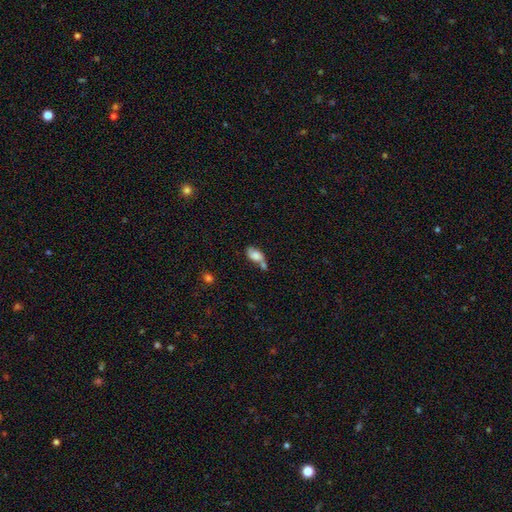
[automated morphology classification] A smooth galaxy with no disk features (62%) that is in between round and cigar-shaped (85%). Merging: merger (45%).